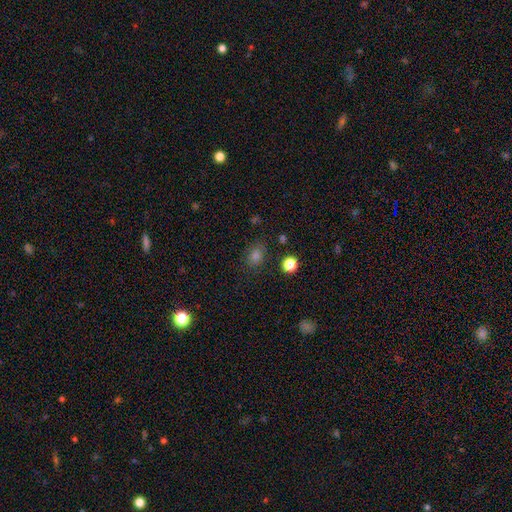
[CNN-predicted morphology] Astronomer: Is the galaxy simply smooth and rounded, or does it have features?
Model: smooth — 74%.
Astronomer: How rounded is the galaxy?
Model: in between — 55% (runner-up: round, 43%).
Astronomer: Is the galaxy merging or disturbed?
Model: none — 82%.